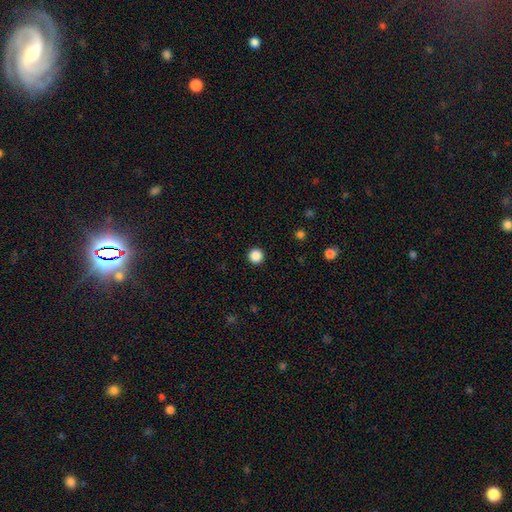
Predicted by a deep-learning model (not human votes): Smooth or featured? smooth (87%)
How rounded? round (97%)
Merging? none (94%)